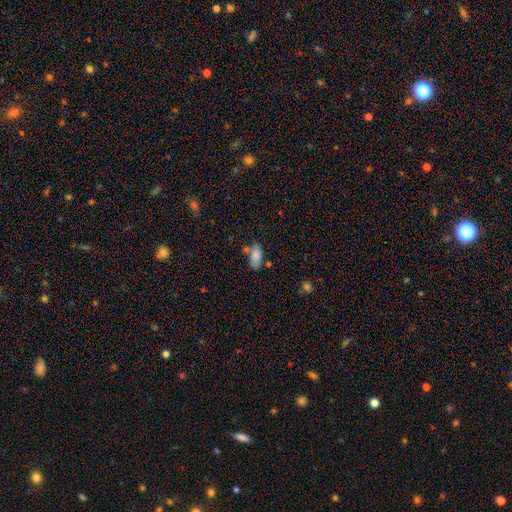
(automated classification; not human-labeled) smooth 82%, featured or disk 10%, star or artifact 8%. Down the decision tree: how rounded — in between (91%); merging — none (59%).